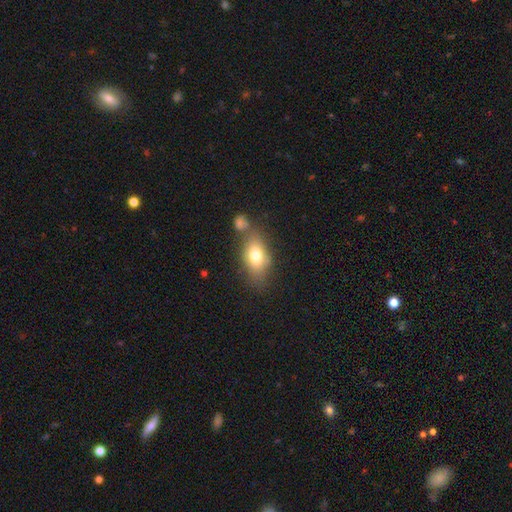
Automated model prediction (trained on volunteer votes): Morphology: type=smooth (74%); roundness=in between (85%); merging=none (54%).